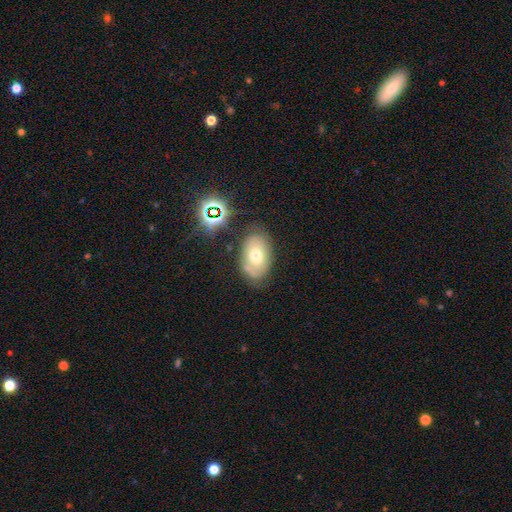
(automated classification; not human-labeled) This is possibly a smooth galaxy (60%). How rounded: clearly in between (86%). Merging: likely none (67%).